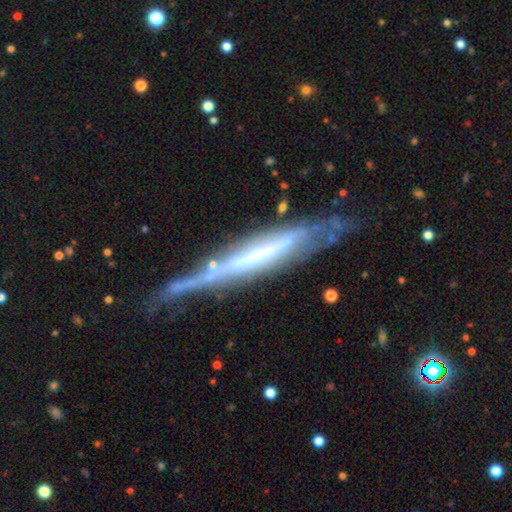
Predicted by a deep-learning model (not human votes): Q: Smooth or featured?
A: featured or disk (77%); runner-up: smooth (17%)
Q: Edge-on disk?
A: yes (81%); runner-up: no (19%)
Q: Edge-on bulge?
A: none (72%); runner-up: boxy (15%)
Q: Merging?
A: none (63%); runner-up: minor disturbance (25%)